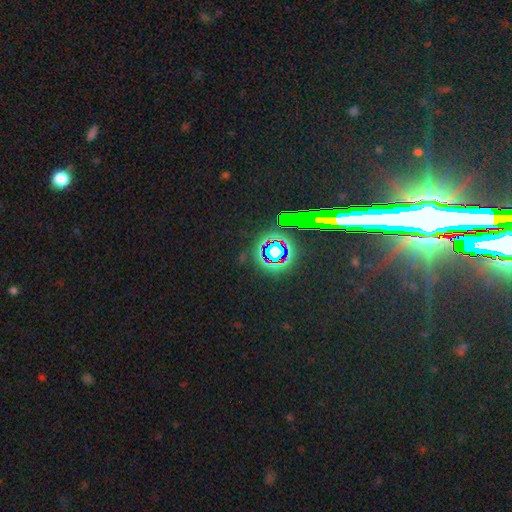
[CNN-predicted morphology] type=star or artifact (75%).